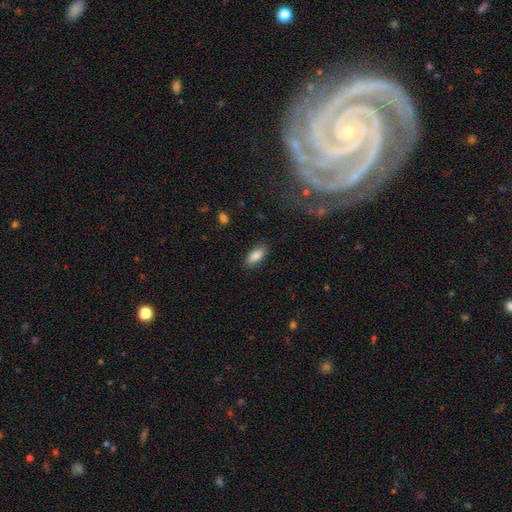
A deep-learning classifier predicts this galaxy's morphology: A smooth galaxy with no disk features (88%) that is in between round and cigar-shaped (83%). Merging: none (86%).